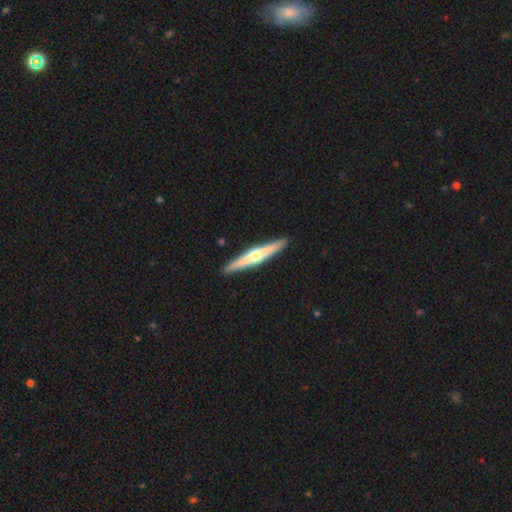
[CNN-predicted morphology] type=featured or disk (67%); edge-on=yes (98%); edge-on bulge=rounded (89%); merging=none (92%).